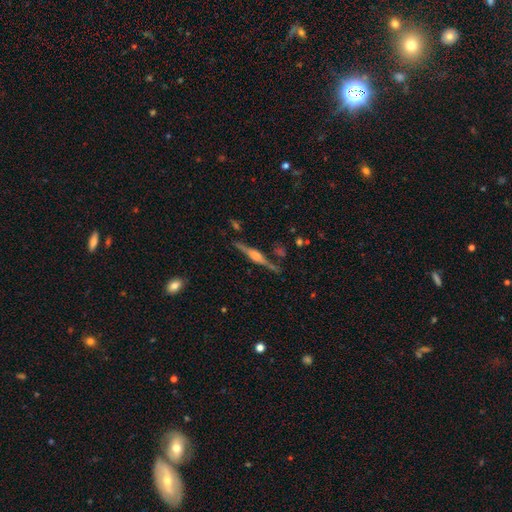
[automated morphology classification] smooth_or_featured: featured or disk (p=0.82) [alt: smooth p=0.12]
disk_edge_on: yes (p=0.98) [alt: no p=0.02]
edge_on_bulge: rounded (p=0.70) [alt: boxy p=0.25]
merging: none (p=0.84) [alt: minor disturbance p=0.11]